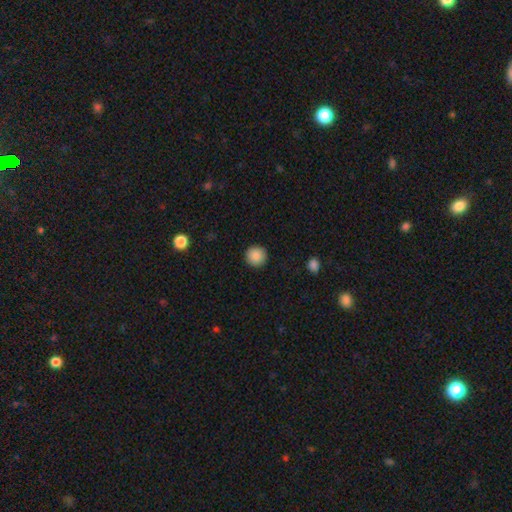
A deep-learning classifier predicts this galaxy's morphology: smooth-or-featured: smooth: 88% | star or artifact: 8% | featured or disk: 4%
  how-rounded: round: 95% | in between: 4% | cigar-shaped: 1%
  merging: none: 92% | minor disturbance: 5% | major disturbance: 2% | merger: 1%